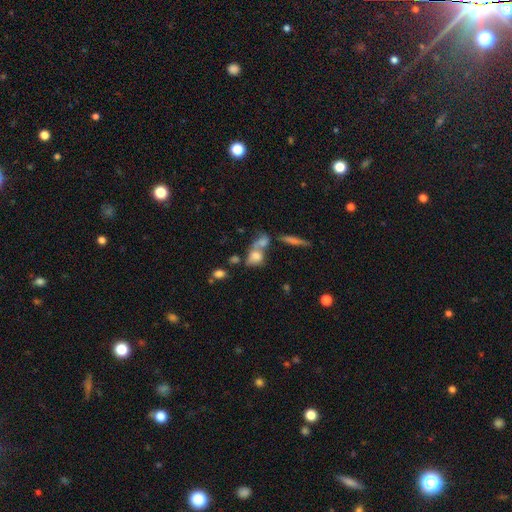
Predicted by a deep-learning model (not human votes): Morphology: type=smooth (64%); roundness=in between (67%); merging=merger (55%).